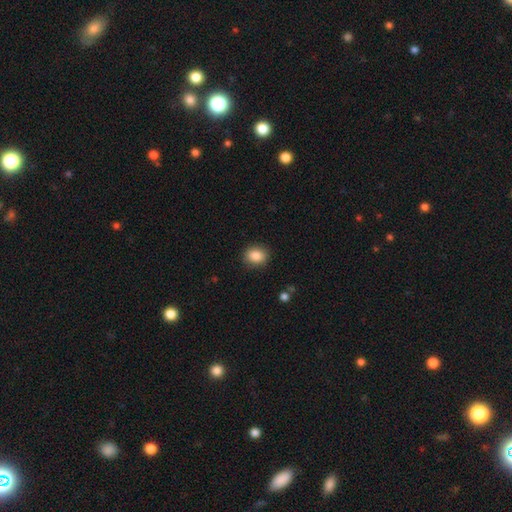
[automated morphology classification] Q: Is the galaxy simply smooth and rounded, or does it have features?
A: smooth — 86%.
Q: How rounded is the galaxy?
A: round — 61%.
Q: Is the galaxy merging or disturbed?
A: none — 87%.